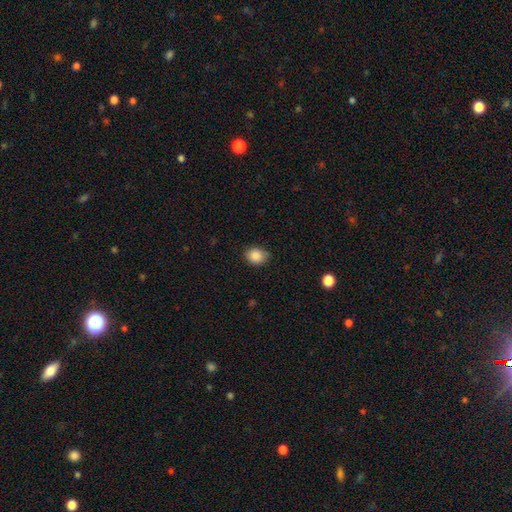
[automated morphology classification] Overall: smooth (88%). How rounded: round (59%; in between 40%). Merging: none (79%).